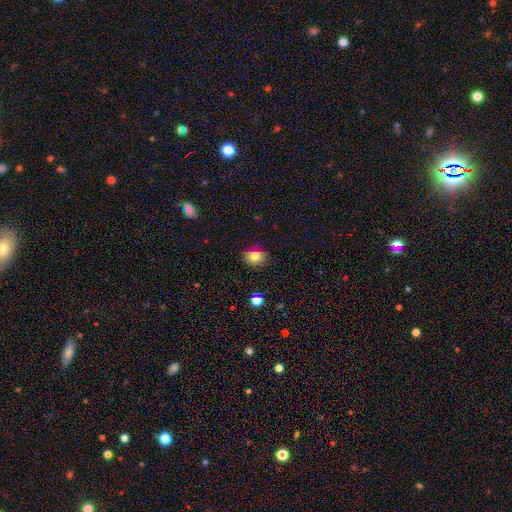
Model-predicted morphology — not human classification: This appears to be a smooth galaxy with no disk features (81%) that is in between round and cigar-shaped (57%). Merging: none (81%).